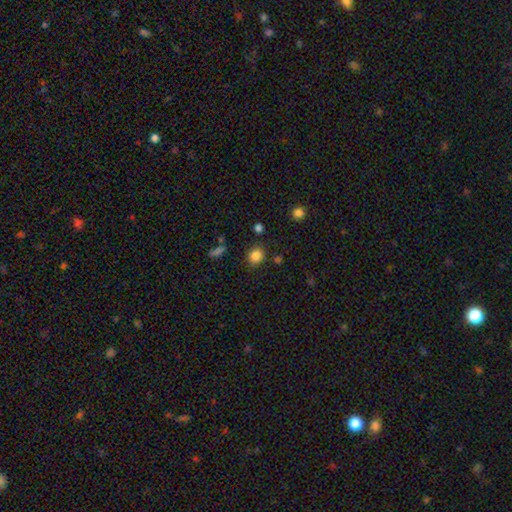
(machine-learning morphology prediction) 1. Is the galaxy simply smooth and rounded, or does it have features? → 83% smooth, 12% star or artifact, 5% featured or disk.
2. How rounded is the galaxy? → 75% round, 24% in between, 1% cigar-shaped.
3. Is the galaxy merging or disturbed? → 83% none, 10% minor disturbance, 4% merger, 3% major disturbance.